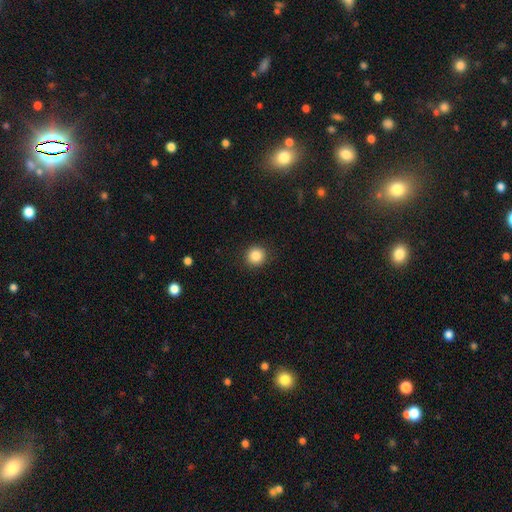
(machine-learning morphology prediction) A smooth galaxy with no disk features (86%) that is round (93%).

Vote fractions:
- Smooth or featured? smooth: 86% / star or artifact: 10% / featured or disk: 4%
- How rounded? round: 93% / in between: 6% / cigar-shaped: 1%
- Merging? none: 91% / minor disturbance: 6% / major disturbance: 2% / merger: 1%